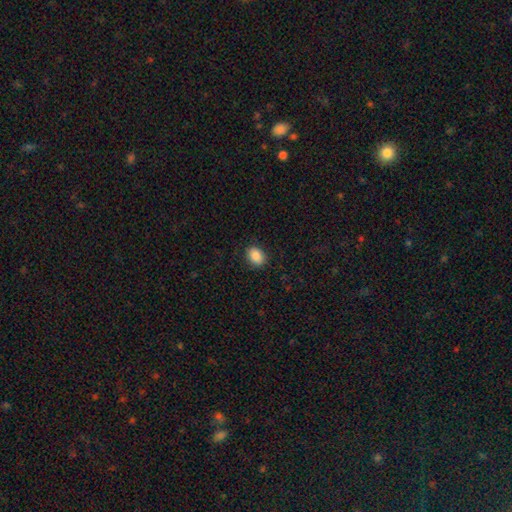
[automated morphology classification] smooth_or_featured: smooth (p=0.87) [alt: star or artifact p=0.08]
how_rounded: in between (p=0.63) [alt: round p=0.36]
merging: none (p=0.88) [alt: minor disturbance p=0.09]